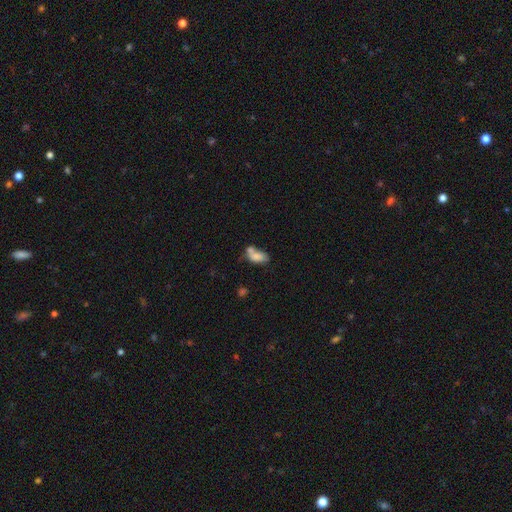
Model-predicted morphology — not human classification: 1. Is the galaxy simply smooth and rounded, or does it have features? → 76% smooth, 15% featured or disk, 9% star or artifact.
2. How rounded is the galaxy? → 88% in between, 6% cigar-shaped, 6% round.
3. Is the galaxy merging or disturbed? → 46% merger, 31% none, 15% minor disturbance, 8% major disturbance.